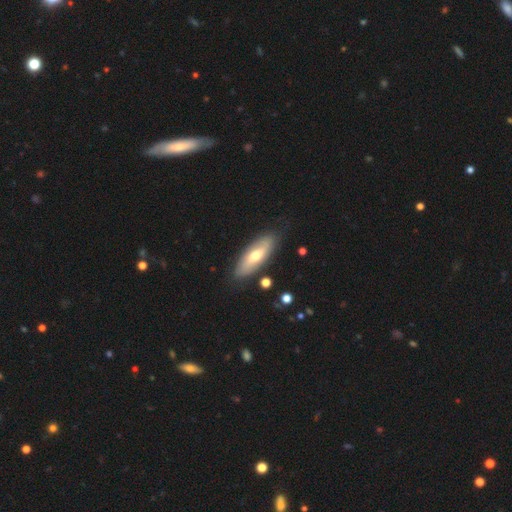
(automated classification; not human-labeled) Smooth or featured?
  - smooth: 50% *
  - featured or disk: 45%
  - star or artifact: 5%
Merging?
  - none: 83% *
  - minor disturbance: 12%
  - major disturbance: 3%
  - merger: 2%